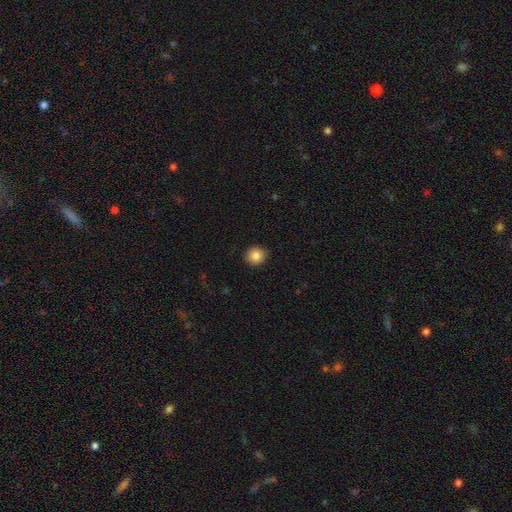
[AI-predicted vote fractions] A smooth galaxy with no disk features (86%) that is round (86%).

Vote fractions:
- Smooth or featured? smooth: 86% / star or artifact: 9% / featured or disk: 5%
- How rounded? round: 86% / in between: 13% / cigar-shaped: 1%
- Merging? none: 89% / minor disturbance: 8% / major disturbance: 2% / merger: 1%